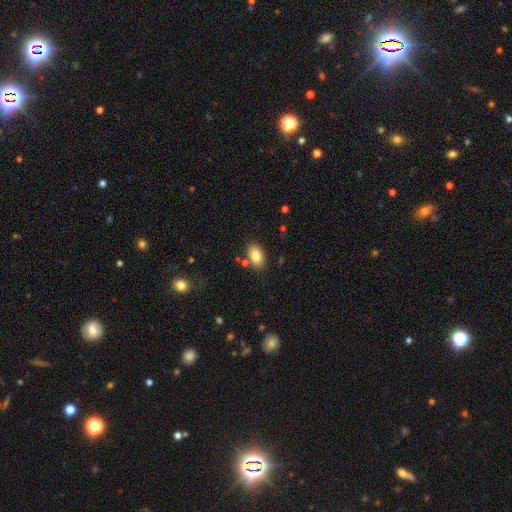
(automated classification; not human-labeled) smooth_or_featured: smooth (p=0.82) [alt: featured or disk p=0.10]
how_rounded: in between (p=0.90) [alt: round p=0.09]
merging: none (p=0.80) [alt: minor disturbance p=0.12]